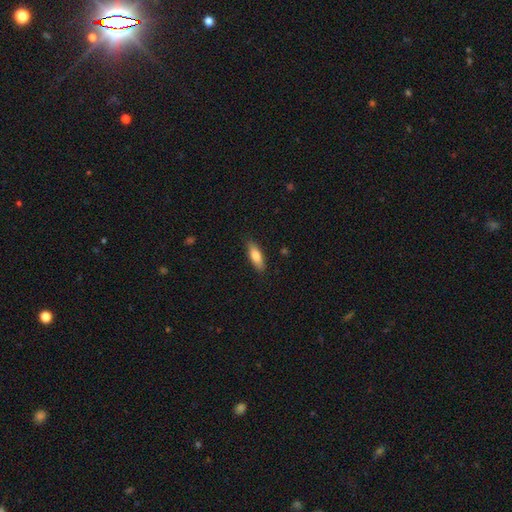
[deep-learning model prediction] Q: Smooth or featured?
A: smooth (78%); runner-up: featured or disk (16%)
Q: How rounded?
A: in between (58%); runner-up: cigar-shaped (40%)
Q: Merging?
A: none (87%); runner-up: minor disturbance (10%)